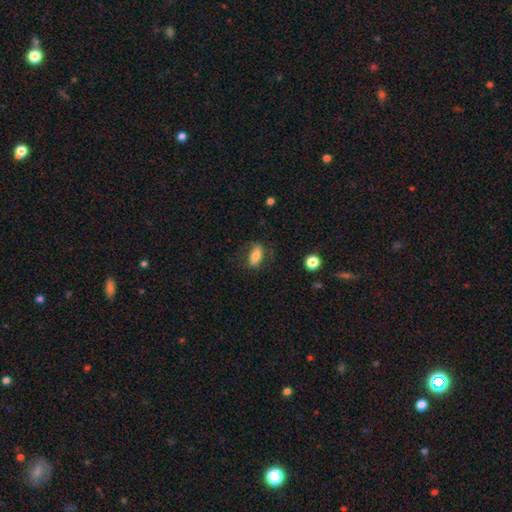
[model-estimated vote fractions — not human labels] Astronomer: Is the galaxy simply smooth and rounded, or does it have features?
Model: smooth — 76%.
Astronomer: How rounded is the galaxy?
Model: in between — 83%.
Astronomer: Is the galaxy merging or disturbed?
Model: none — 75%.